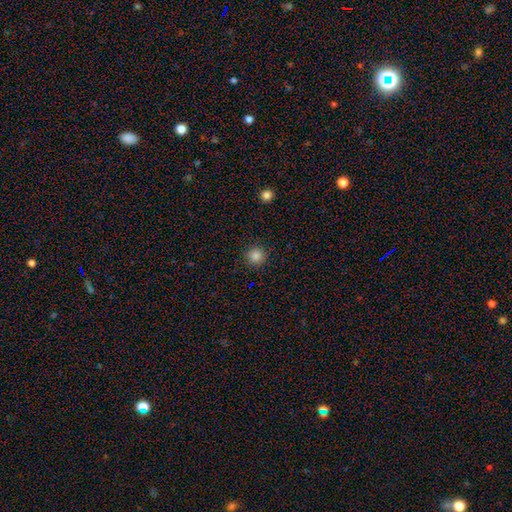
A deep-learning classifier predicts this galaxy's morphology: The model was most divided on "smooth or featured": smooth: 85%, star or artifact: 11%, featured or disk: 3%. More confident: how rounded — round (94%); merging — none (91%).